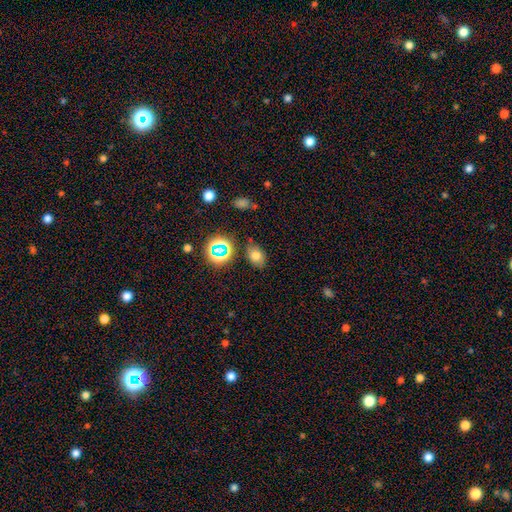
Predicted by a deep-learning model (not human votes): This appears to be a smooth galaxy with no disk features (71%) that is in between round and cigar-shaped (72%). Merging: none (77%).